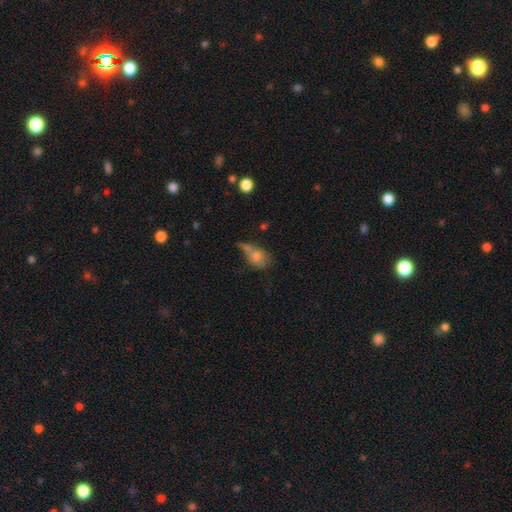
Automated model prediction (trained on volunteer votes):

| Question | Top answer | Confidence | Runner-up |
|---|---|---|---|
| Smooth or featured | smooth | 73% | featured or disk (16%) |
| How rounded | in between | 66% | round (31%) |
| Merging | merger | 30% | none (29%) |